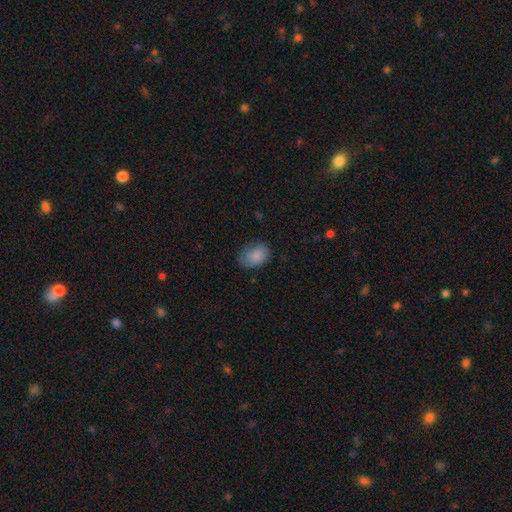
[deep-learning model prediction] Smooth or featured?
  - smooth: 84% *
  - featured or disk: 8%
  - star or artifact: 7%
How rounded?
  - in between: 76% *
  - round: 23%
  - cigar-shaped: 1%
Merging?
  - none: 69% *
  - minor disturbance: 24%
  - major disturbance: 6%
  - merger: 1%